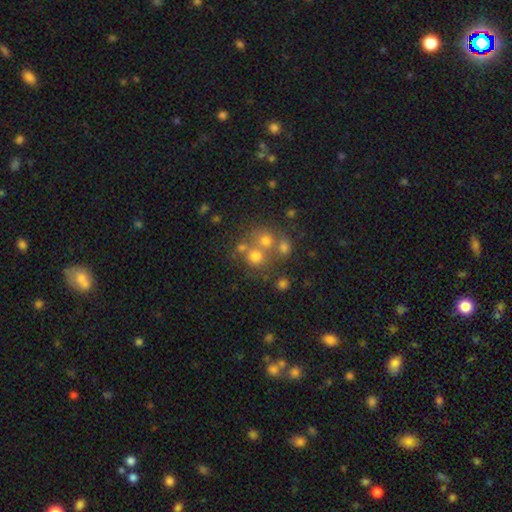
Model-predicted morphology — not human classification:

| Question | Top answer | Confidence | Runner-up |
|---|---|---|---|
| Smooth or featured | smooth | 63% | star or artifact (19%) |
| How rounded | round | 84% | in between (15%) |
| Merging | none | 49% | merger (37%) |